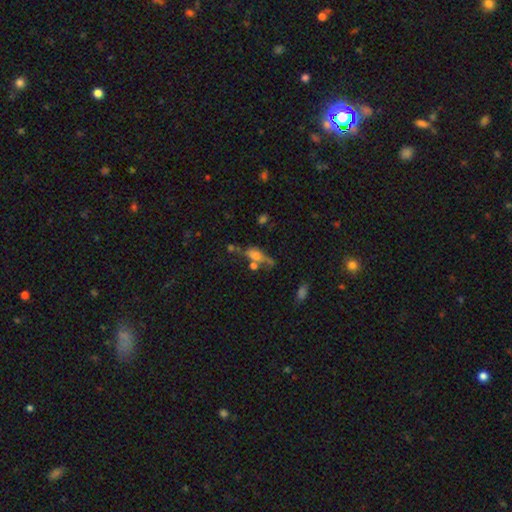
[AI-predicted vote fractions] A smooth galaxy with no disk features (57%) that is in between round and cigar-shaped (69%). Merging: none (33%).